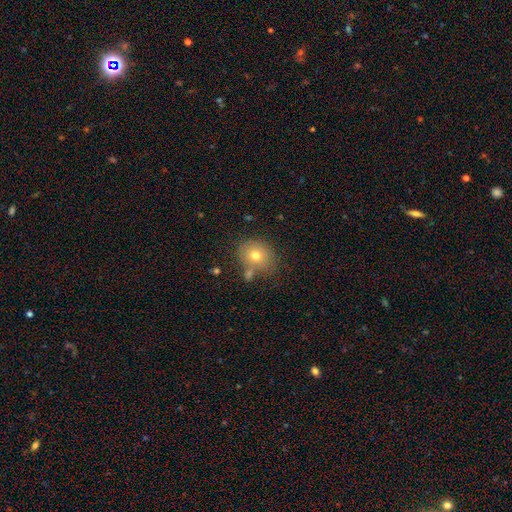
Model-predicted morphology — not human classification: A smooth galaxy with no disk features (72%) that is round (59%). Merging: none (64%).